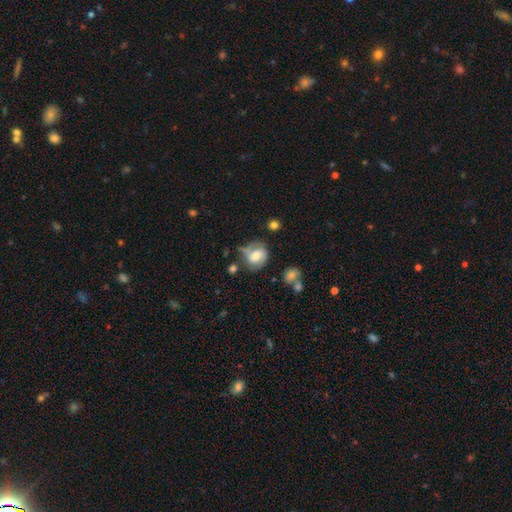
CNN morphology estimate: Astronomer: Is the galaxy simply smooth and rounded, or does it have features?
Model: smooth — 48% (runner-up: featured or disk, 43%).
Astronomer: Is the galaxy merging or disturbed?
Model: none — 49% (runner-up: minor disturbance, 28%).